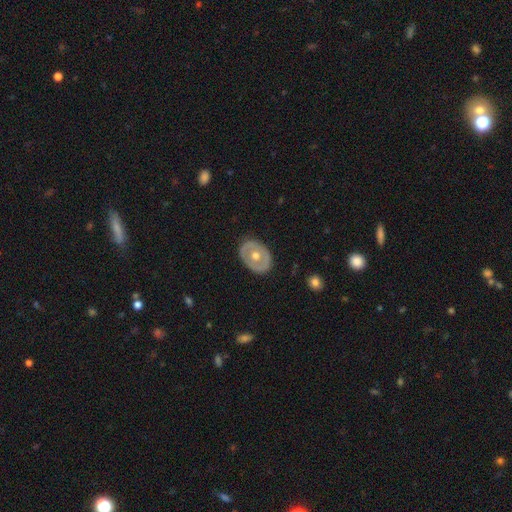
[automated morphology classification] Smooth or featured? Predicted: featured or disk (p=0.57). Edge-on disk? Predicted: no (p=0.91). Bar? Predicted: no (p=0.92). Spiral arms? Predicted: no (p=0.91). Bulge size? Predicted: moderate (p=0.80). Merging? Predicted: none (p=0.85).